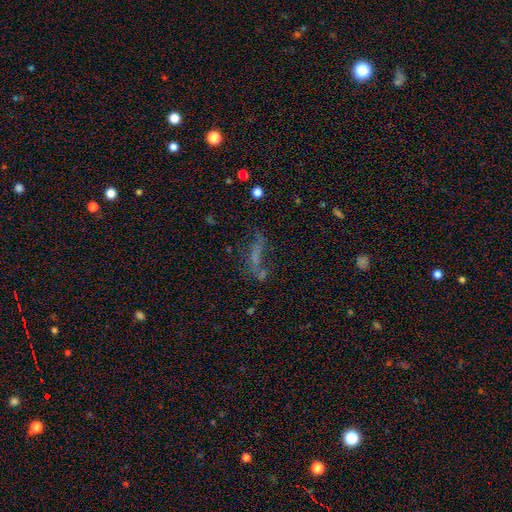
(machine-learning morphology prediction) Smooth or featured: smooth — 39% (featured or disk — 34%)
Merging: none — 39% (major disturbance — 25%)